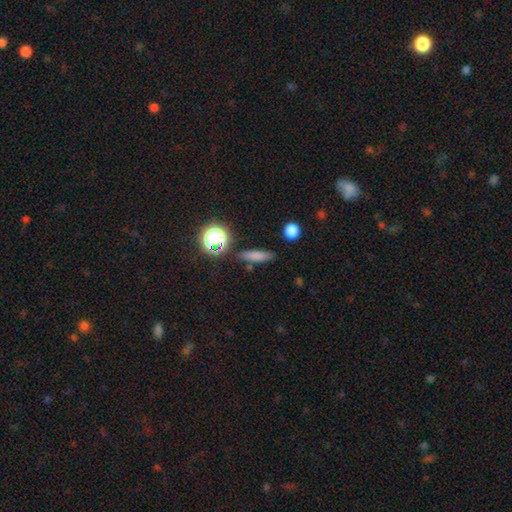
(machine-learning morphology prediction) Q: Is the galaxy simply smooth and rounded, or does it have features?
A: smooth — 73%.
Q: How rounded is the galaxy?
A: cigar-shaped — 68%.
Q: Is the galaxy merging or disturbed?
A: none — 83%.